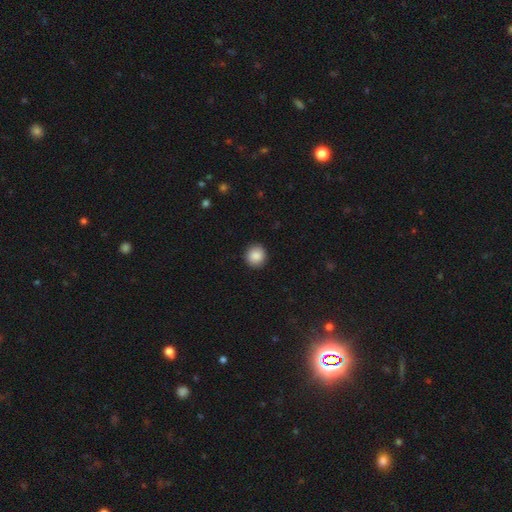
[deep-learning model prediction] Q: Smooth or featured?
A: smooth (89%); runner-up: star or artifact (8%)
Q: How rounded?
A: round (90%); runner-up: in between (9%)
Q: Merging?
A: none (91%); runner-up: minor disturbance (6%)